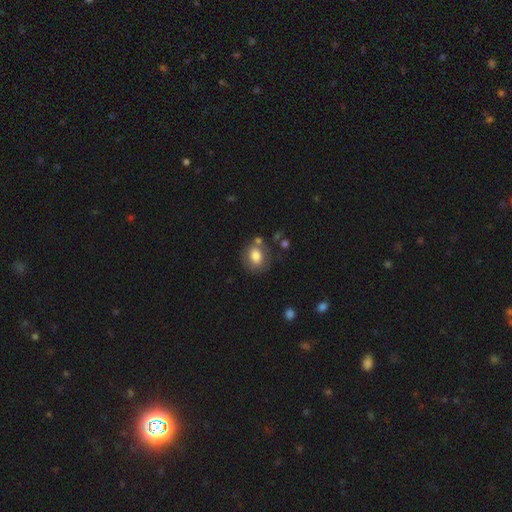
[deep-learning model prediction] smooth 78%, featured or disk 13%, star or artifact 8%. Down the decision tree: how rounded — in between (50%); merging — none (68%).